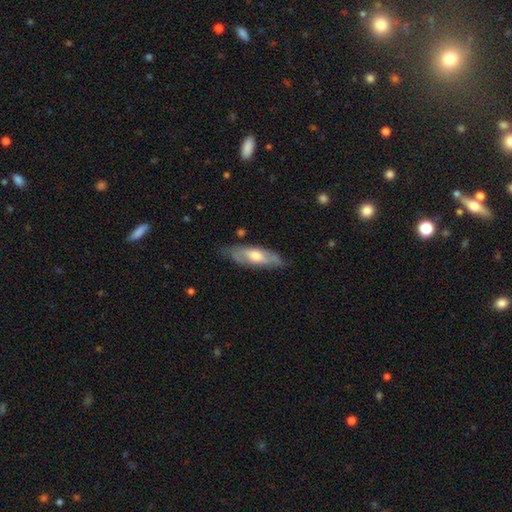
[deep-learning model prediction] A featured or disk galaxy (54%).

Vote fractions:
- Smooth or featured? featured or disk: 54% / smooth: 41% / star or artifact: 6%
- Edge-on disk? no: 64% / yes: 36%
- Merging? none: 74% / minor disturbance: 20% / major disturbance: 5% / merger: 1%